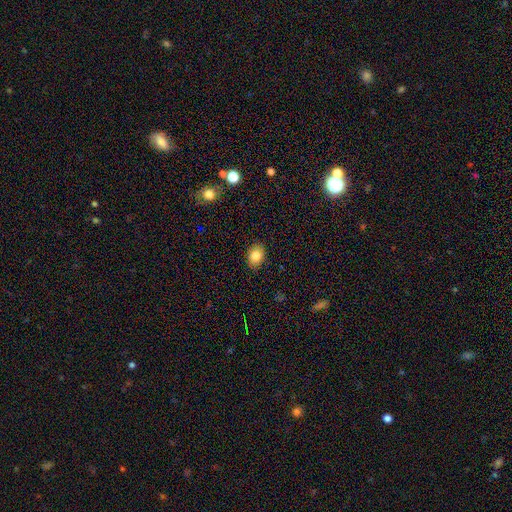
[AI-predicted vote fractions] Smooth or featured?
  - smooth: 84% *
  - star or artifact: 9%
  - featured or disk: 7%
How rounded?
  - in between: 66% *
  - round: 33%
  - cigar-shaped: 1%
Merging?
  - none: 87% *
  - minor disturbance: 10%
  - major disturbance: 2%
  - merger: 1%